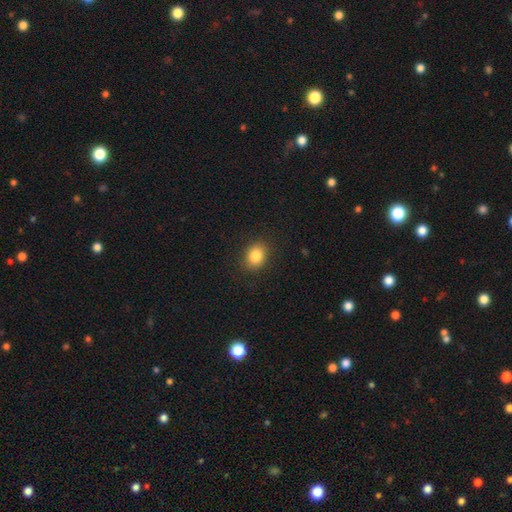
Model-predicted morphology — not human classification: This is clearly a smooth galaxy (85%). How rounded: possibly in between (50%). Merging: clearly none (89%).